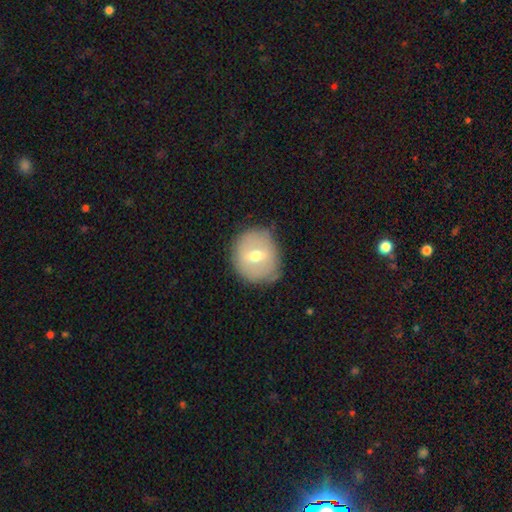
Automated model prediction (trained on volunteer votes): A smooth galaxy with no disk features (52%) that is round (82%).

Vote fractions:
- Smooth or featured? smooth: 52% / featured or disk: 39% / star or artifact: 8%
- How rounded? round: 82% / in between: 17% / cigar-shaped: 1%
- Merging? none: 78% / minor disturbance: 16% / major disturbance: 4% / merger: 1%